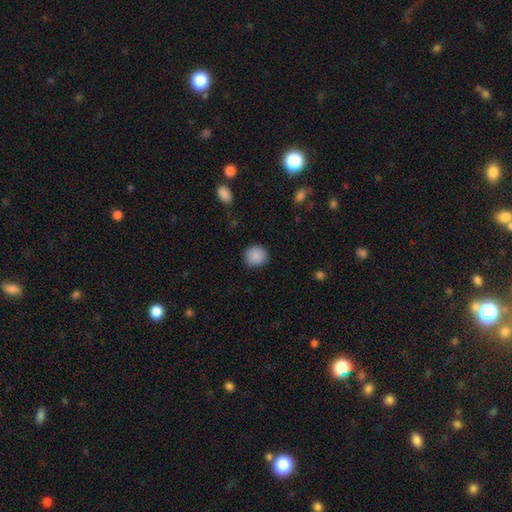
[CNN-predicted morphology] The model was most divided on "how rounded": round: 88%, in between: 11%, cigar-shaped: 1%. More confident: smooth or featured — smooth (89%); merging — none (88%).